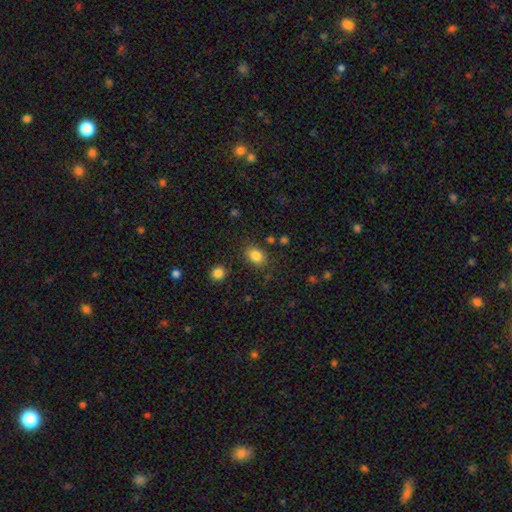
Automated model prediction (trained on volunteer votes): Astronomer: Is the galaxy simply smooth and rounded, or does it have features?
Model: smooth — 85%.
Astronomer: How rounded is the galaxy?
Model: in between — 69%.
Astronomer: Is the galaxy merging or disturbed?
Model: none — 81%.